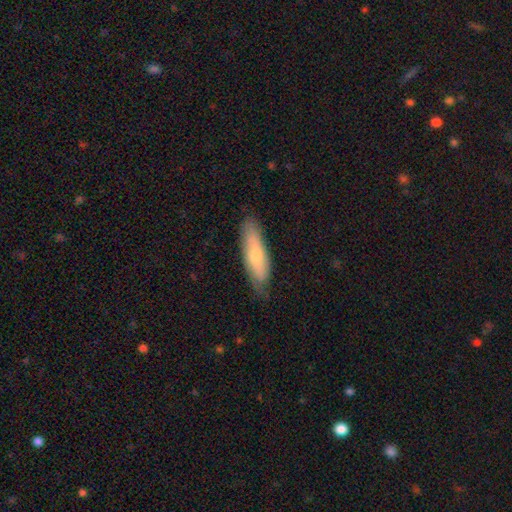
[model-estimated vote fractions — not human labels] Overall: smooth (65%; featured or disk 29%). How rounded: cigar-shaped (60%; in between 39%). Merging: none (76%).